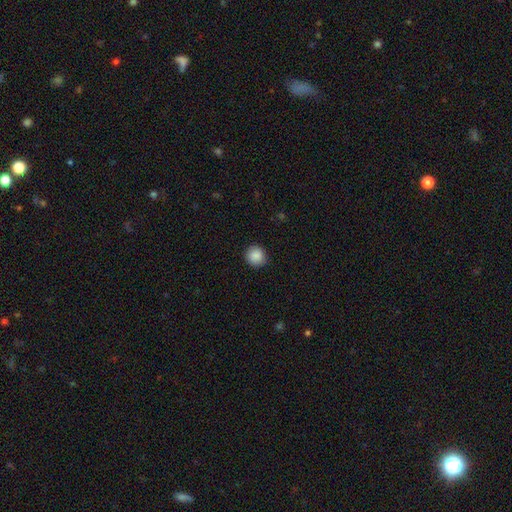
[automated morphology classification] A smooth galaxy with no disk features (89%) that is round (91%). Merging: none (90%).